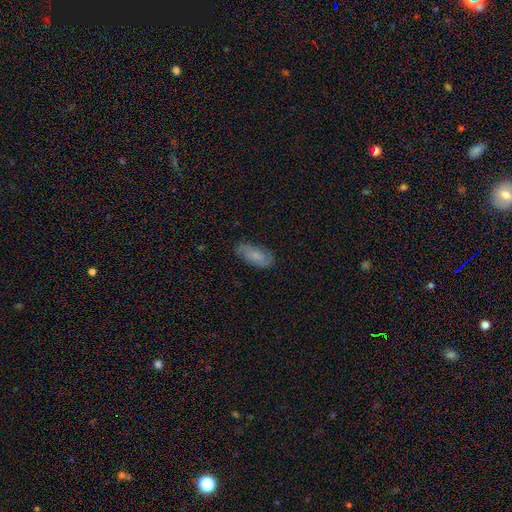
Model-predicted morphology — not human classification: A smooth galaxy with no disk features (57%) that is in between round and cigar-shaped (87%). Merging: none (77%).